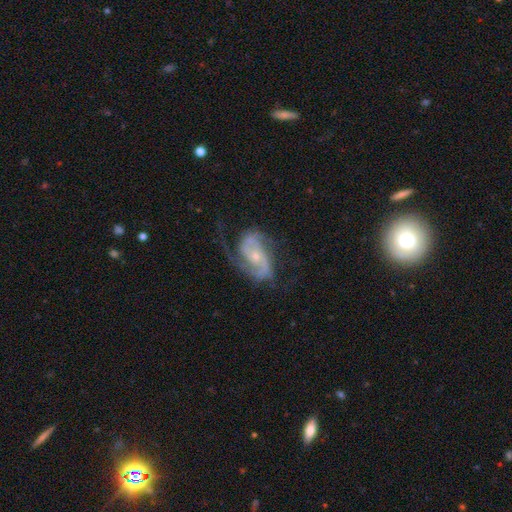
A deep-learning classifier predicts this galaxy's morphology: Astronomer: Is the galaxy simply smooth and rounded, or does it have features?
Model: featured or disk — 86%.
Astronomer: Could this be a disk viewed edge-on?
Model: no — 97%.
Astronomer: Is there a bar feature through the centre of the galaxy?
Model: no — 58%.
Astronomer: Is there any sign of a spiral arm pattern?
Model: yes — 96%.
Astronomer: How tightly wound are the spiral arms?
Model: medium — 47% (runner-up: tight, 28%).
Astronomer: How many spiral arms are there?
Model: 2 — 77%.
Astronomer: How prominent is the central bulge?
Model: small — 66%.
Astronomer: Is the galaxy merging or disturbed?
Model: none — 60%.